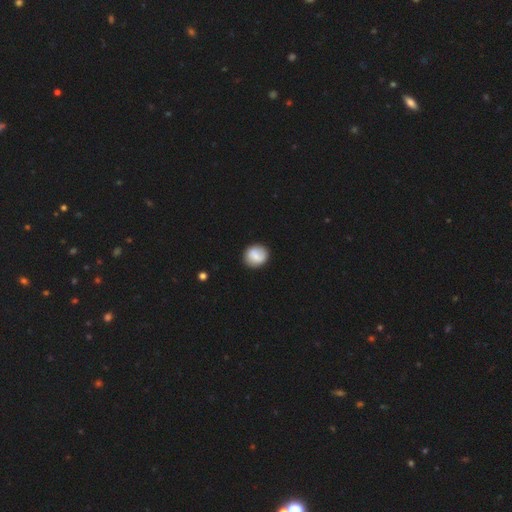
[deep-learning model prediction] This appears to be a smooth galaxy with no disk features (71%) that is round (82%). Merging: none (85%).